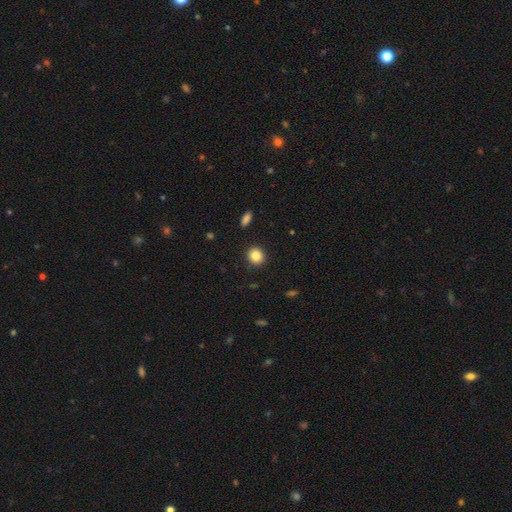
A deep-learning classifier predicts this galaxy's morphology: Overall: smooth (85%). How rounded: round (81%). Merging: none (91%).